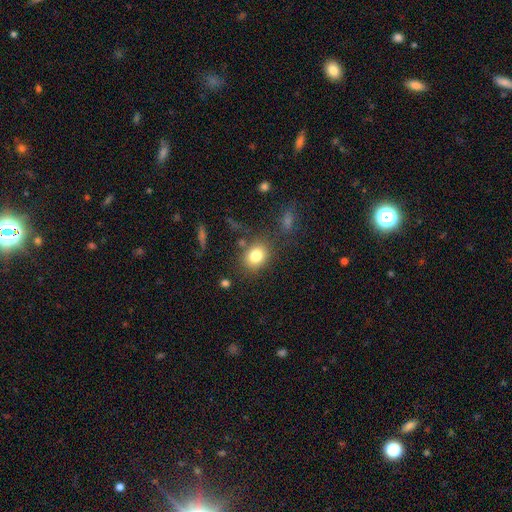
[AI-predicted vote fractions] Smooth or featured?
  - smooth: 81% *
  - star or artifact: 10%
  - featured or disk: 9%
How rounded?
  - in between: 52% *
  - round: 47%
  - cigar-shaped: 1%
Merging?
  - none: 76% *
  - minor disturbance: 13%
  - merger: 6%
  - major disturbance: 5%